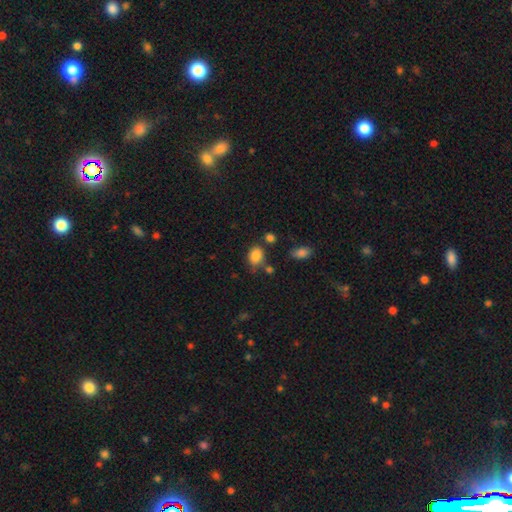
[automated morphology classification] type=smooth (85%); roundness=in between (68%); merging=none (64%).